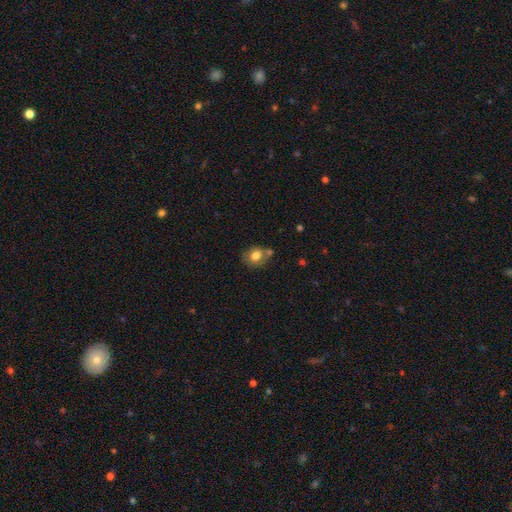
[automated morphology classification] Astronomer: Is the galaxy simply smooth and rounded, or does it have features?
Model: smooth — 73%.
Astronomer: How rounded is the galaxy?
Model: round — 57% (runner-up: in between, 42%).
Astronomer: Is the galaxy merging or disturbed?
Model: none — 55%.